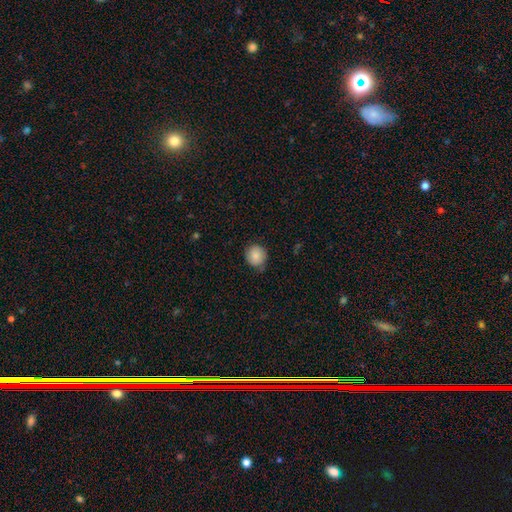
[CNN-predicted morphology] A smooth galaxy with no disk features (85%) that is round (86%).

Vote fractions:
- Smooth or featured? smooth: 85% / star or artifact: 8% / featured or disk: 7%
- How rounded? round: 86% / in between: 13% / cigar-shaped: 1%
- Merging? none: 77% / minor disturbance: 19% / major disturbance: 3% / merger: 1%